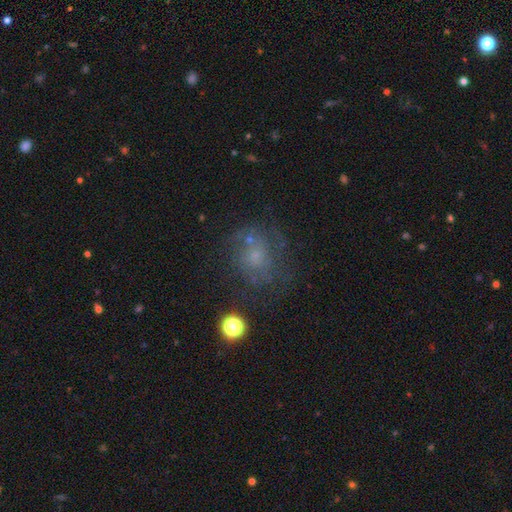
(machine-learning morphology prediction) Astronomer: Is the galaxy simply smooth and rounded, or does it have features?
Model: featured or disk — 44% (runner-up: smooth, 35%).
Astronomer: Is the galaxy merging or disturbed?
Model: none — 59%.